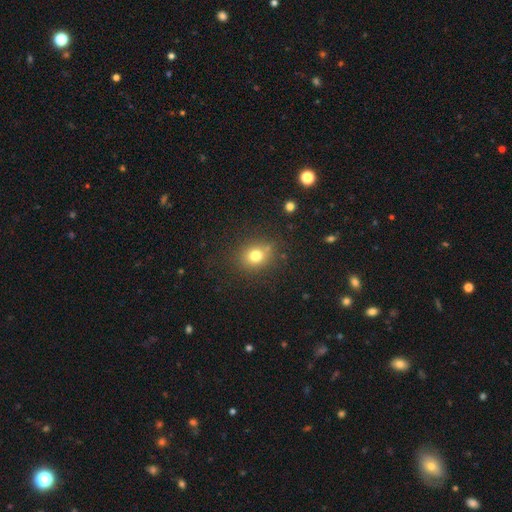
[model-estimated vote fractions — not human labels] Smooth or featured: smooth — 77% (star or artifact — 14%)
How rounded: round — 66% (in between — 33%)
Merging: none — 79% (minor disturbance — 14%)